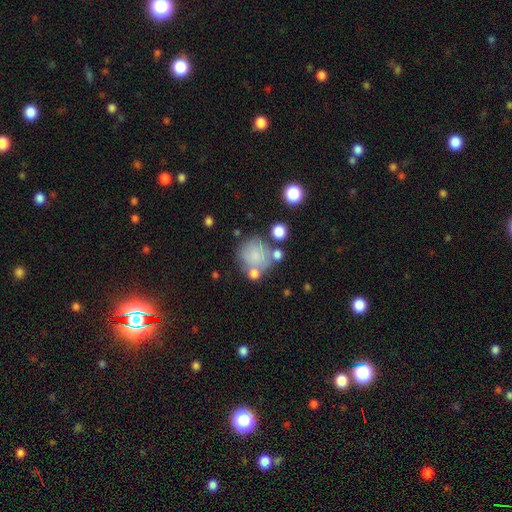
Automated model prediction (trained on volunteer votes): The model was most divided on "merging": none: 54%, minor disturbance: 18%, merger: 18%, major disturbance: 10%. More confident: how rounded — round (87%); smooth or featured — smooth (71%).